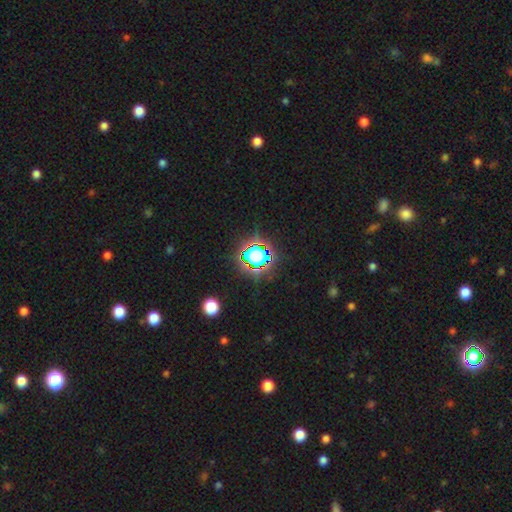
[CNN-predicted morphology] Smooth or featured: star or artifact — 64% (smooth — 24%)